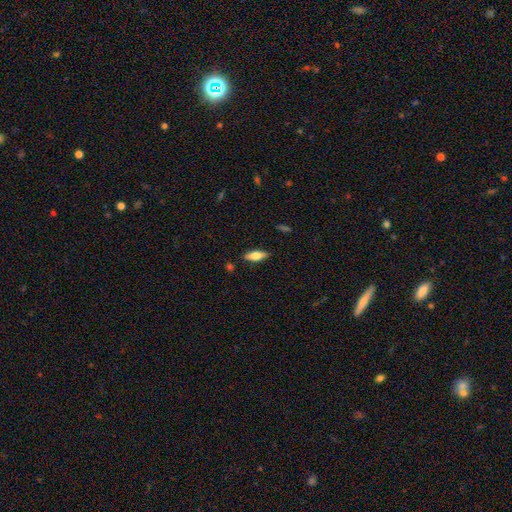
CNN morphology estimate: type=smooth (69%); roundness=in between (66%); merging=none (86%).